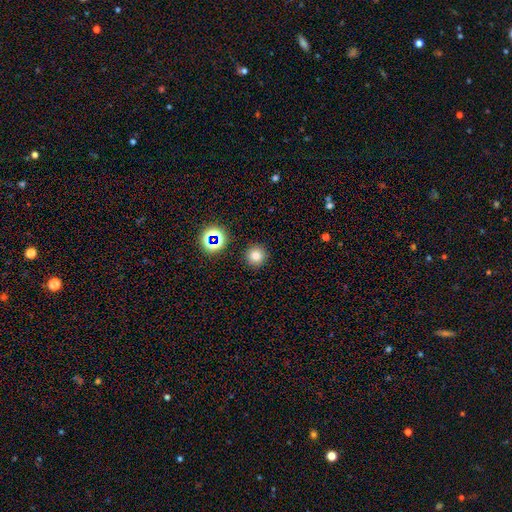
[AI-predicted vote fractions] smooth-or-featured: smooth: 77% | star or artifact: 17% | featured or disk: 6%
  how-rounded: round: 95% | in between: 4% | cigar-shaped: 1%
  merging: none: 90% | minor disturbance: 6% | major disturbance: 2% | merger: 2%